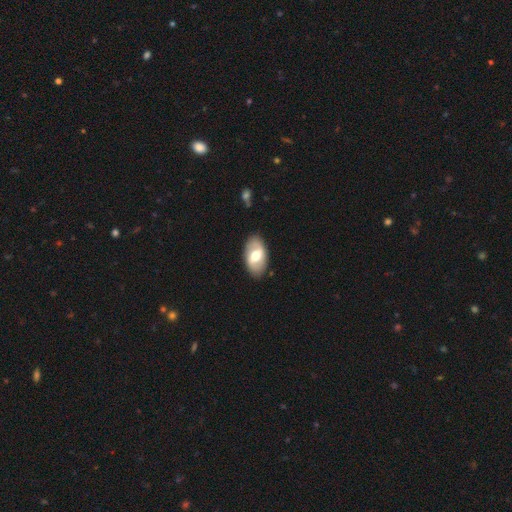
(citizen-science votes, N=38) smooth-or-featured: smooth: 55% | featured or disk: 42% | star or artifact: 3%
  how-rounded: in between: 95% | round: 5% | cigar-shaped: 0%
  merging: none: 92% | merger: 5% | minor disturbance: 3% | major disturbance: 0%